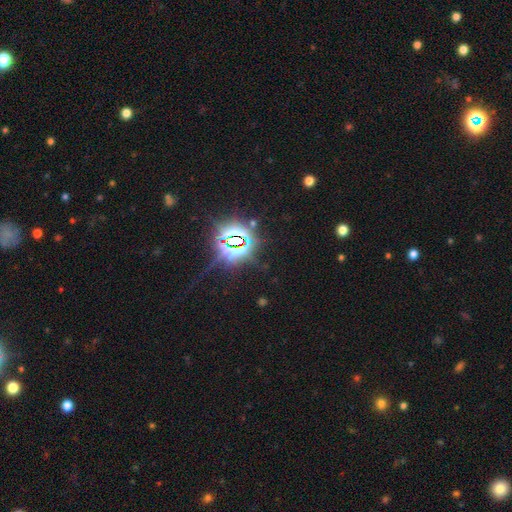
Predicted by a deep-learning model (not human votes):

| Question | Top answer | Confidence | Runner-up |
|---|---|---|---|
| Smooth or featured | star or artifact | 85% | smooth (9%) |